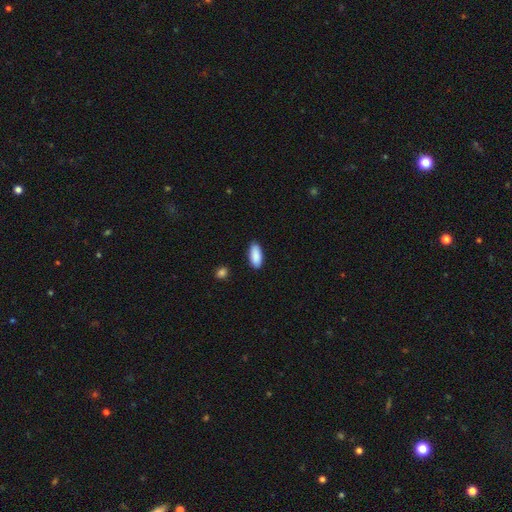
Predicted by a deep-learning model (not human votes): Smooth or featured?
  - smooth: 90% *
  - star or artifact: 6%
  - featured or disk: 4%
How rounded?
  - in between: 87% *
  - cigar-shaped: 11%
  - round: 2%
Merging?
  - none: 87% *
  - minor disturbance: 9%
  - major disturbance: 2%
  - merger: 1%